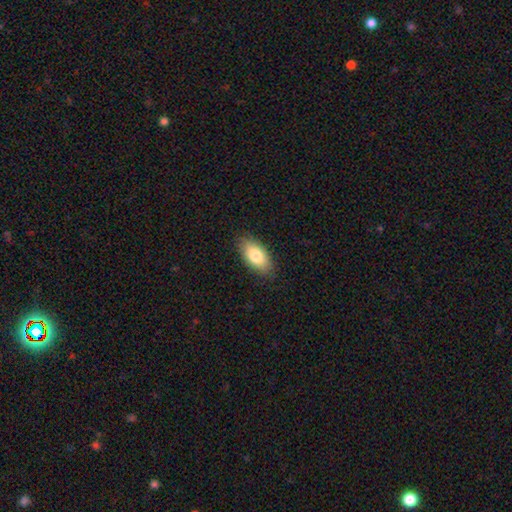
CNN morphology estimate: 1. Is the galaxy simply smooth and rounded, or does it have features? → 79% smooth, 14% featured or disk, 7% star or artifact.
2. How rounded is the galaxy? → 91% in between, 6% cigar-shaped, 3% round.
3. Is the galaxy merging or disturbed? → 86% none, 11% minor disturbance, 2% major disturbance, 1% merger.